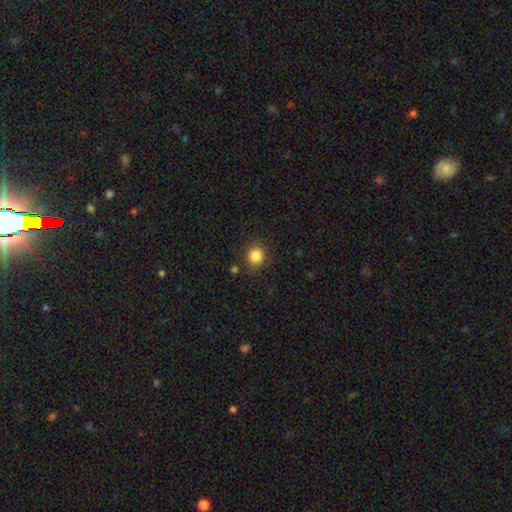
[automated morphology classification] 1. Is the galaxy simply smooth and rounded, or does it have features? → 84% smooth, 11% star or artifact, 5% featured or disk.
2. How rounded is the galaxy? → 84% round, 15% in between, 1% cigar-shaped.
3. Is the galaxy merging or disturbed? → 86% none, 9% minor disturbance, 3% major disturbance, 2% merger.